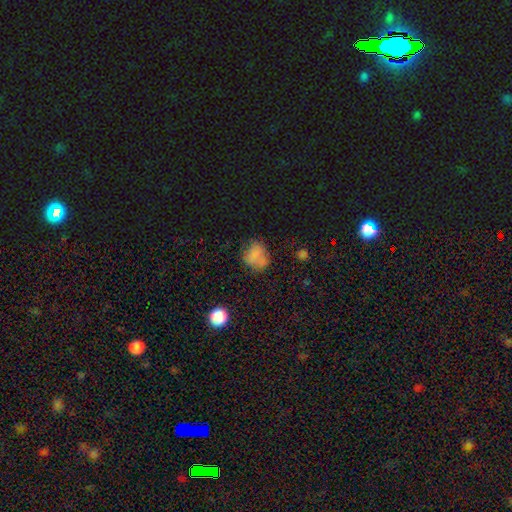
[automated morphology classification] Overall: smooth (72%). How rounded: round (66%; in between 33%). Merging: none (58%; minor disturbance 25%).